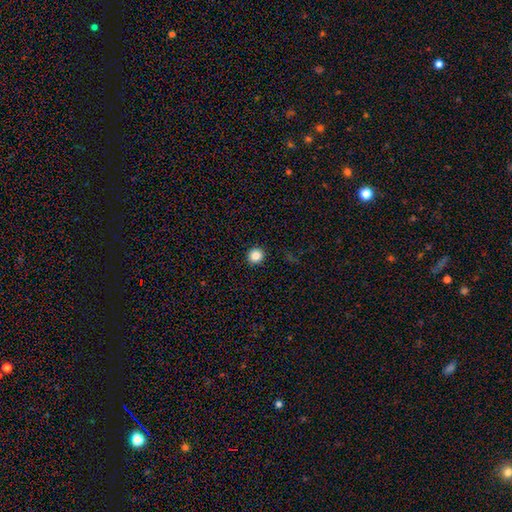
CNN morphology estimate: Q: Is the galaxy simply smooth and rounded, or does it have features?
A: smooth — 84%.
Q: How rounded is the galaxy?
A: round — 94%.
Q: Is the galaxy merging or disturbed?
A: none — 93%.